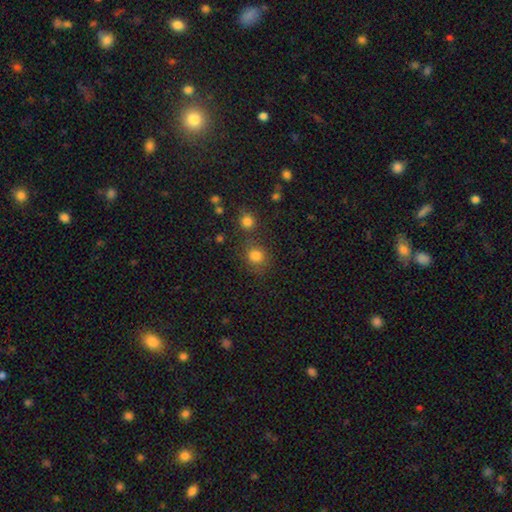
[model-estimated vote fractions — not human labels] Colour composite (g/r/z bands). It shows a smooth galaxy with no disk features (81%) that is round (80%). Merging: none (71%).